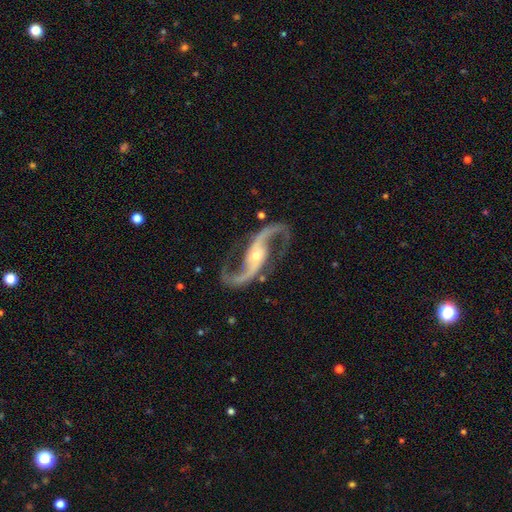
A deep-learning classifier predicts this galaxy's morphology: Smooth or featured? featured or disk (94%)
Edge-on disk? no (97%)
Bar? no (40%)
Spiral arms? yes (98%)
Spiral winding? loose (59%)
Spiral arm count? 2 (95%)
Bulge size? small (56%)
Merging? none (83%)